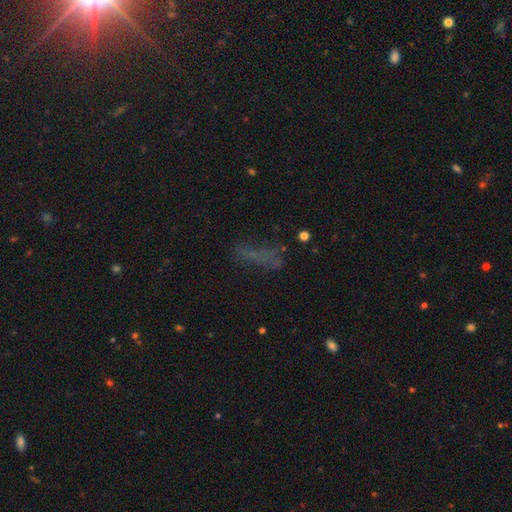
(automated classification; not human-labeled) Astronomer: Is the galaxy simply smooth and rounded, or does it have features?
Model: smooth — 49% (runner-up: star or artifact, 29%).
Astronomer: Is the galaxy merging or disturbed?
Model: none — 58%.